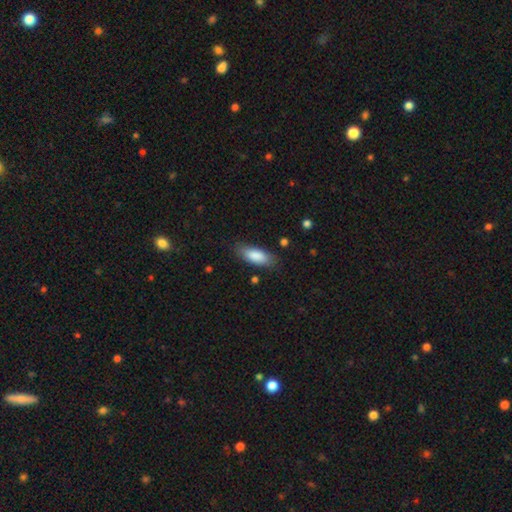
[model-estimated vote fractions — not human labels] This is clearly a smooth galaxy (86%). How rounded: likely in between (76%). Merging: clearly none (81%).